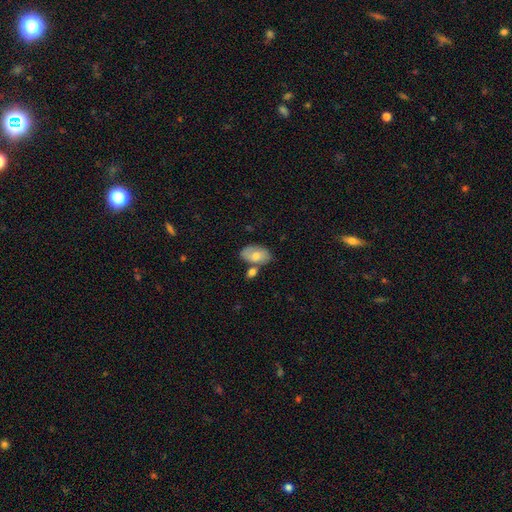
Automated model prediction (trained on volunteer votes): smooth 73%, featured or disk 21%, star or artifact 6%. Down the decision tree: how rounded — in between (92%); merging — none (56%).